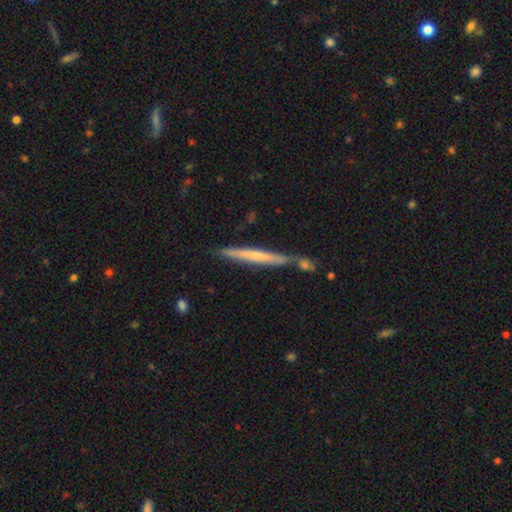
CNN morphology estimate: Smooth or featured: featured or disk — 50% (smooth — 44%)
Merging: none — 65% (merger — 18%)